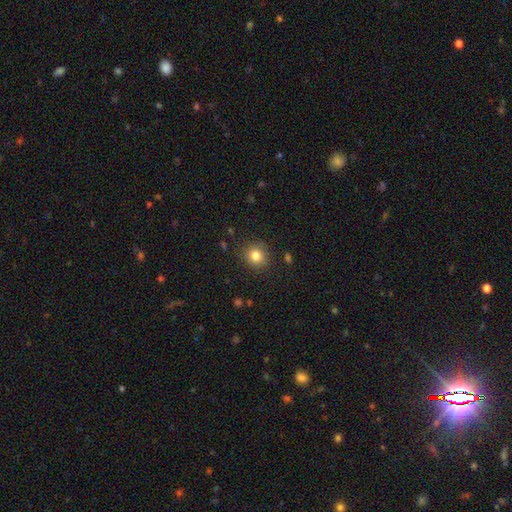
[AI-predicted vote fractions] Q: Smooth or featured?
A: smooth (81%); runner-up: star or artifact (12%)
Q: How rounded?
A: round (87%); runner-up: in between (12%)
Q: Merging?
A: none (87%); runner-up: minor disturbance (9%)